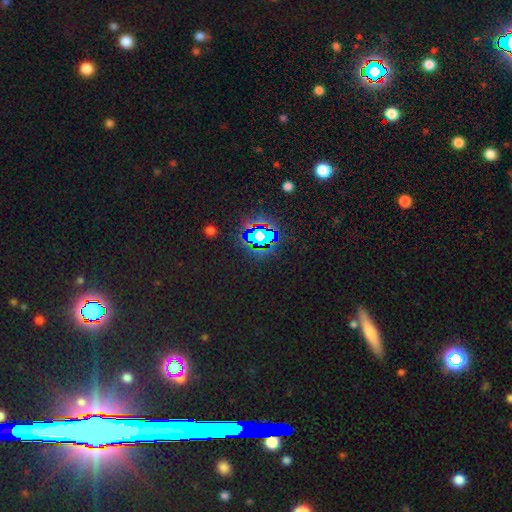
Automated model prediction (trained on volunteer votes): A star or artifact, not a galaxy (77%).

Vote fractions:
- Smooth or featured? star or artifact: 77% / smooth: 13% / featured or disk: 10%